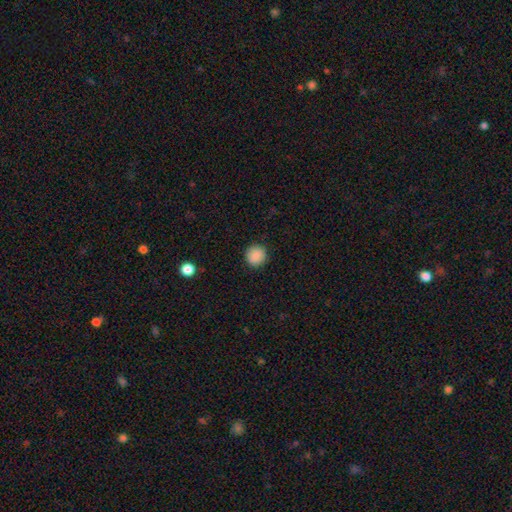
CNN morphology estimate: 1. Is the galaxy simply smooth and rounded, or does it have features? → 89% smooth, 9% star or artifact, 3% featured or disk.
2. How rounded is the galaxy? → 94% round, 5% in between, 1% cigar-shaped.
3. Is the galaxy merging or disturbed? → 92% none, 5% minor disturbance, 2% major disturbance, 1% merger.